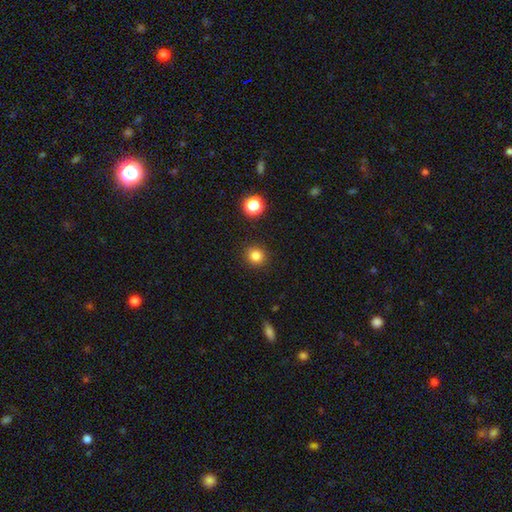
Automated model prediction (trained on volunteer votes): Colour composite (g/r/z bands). It shows a smooth galaxy with no disk features (83%) that is round (90%). Merging: none (91%).